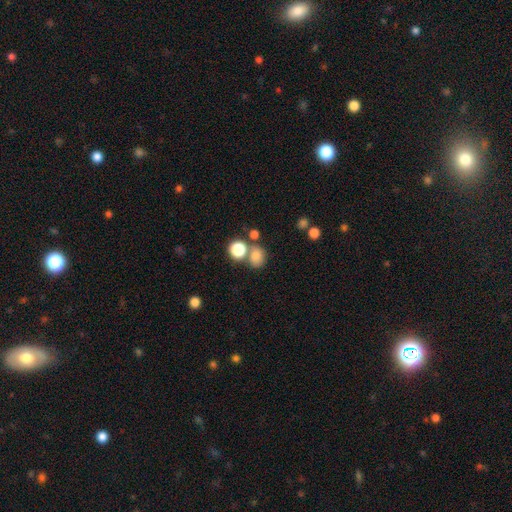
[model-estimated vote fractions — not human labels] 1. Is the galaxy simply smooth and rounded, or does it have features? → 79% smooth, 14% star or artifact, 8% featured or disk.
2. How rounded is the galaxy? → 62% round, 37% in between, 1% cigar-shaped.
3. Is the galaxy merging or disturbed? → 54% none, 29% merger, 11% minor disturbance, 5% major disturbance.